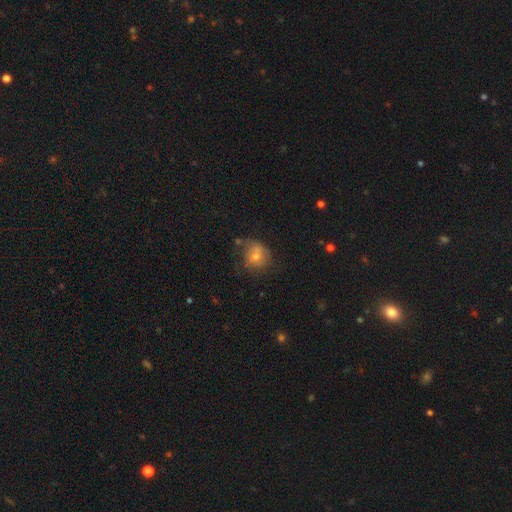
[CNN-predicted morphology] A smooth galaxy with no disk features (63%) that is round (70%). Merging: none (49%).